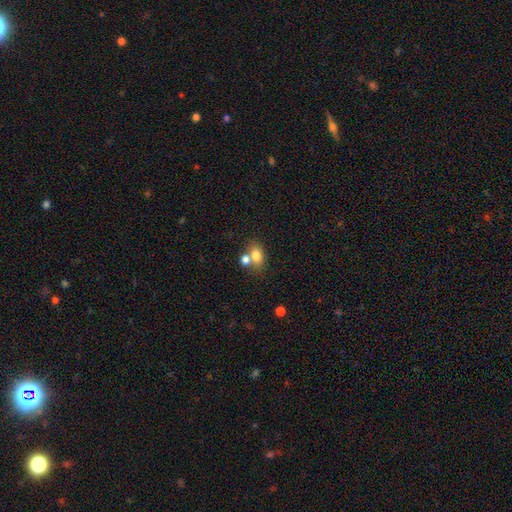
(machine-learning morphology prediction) Smooth or featured: smooth — 77% (featured or disk — 12%)
How rounded: in between — 78% (round — 20%)
Merging: none — 47% (merger — 37%)